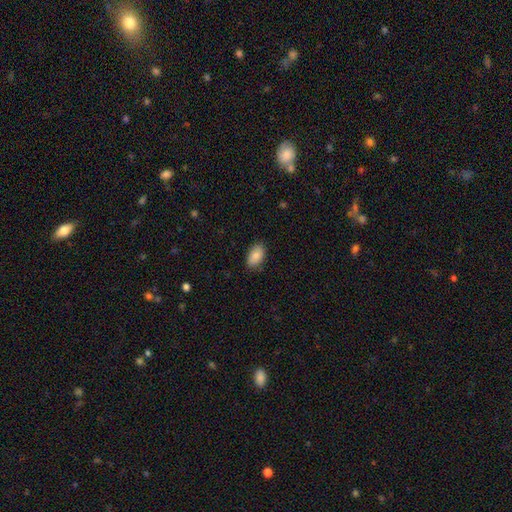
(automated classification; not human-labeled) This appears to be a smooth galaxy with no disk features (87%) that is in between round and cigar-shaped (93%). Merging: none (86%).